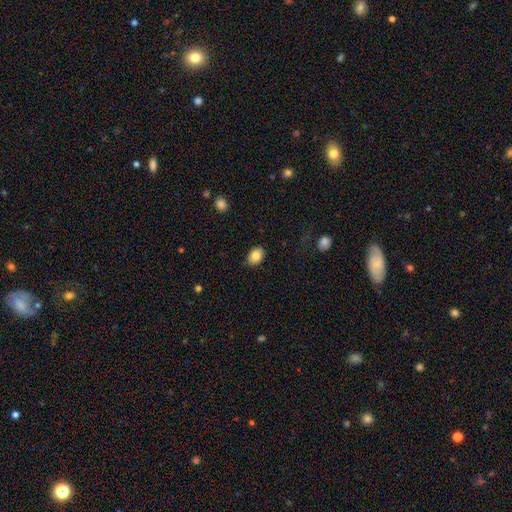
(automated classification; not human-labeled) Smooth or featured? Predicted: smooth (p=0.83). How rounded? Predicted: in between (p=0.73). Merging? Predicted: none (p=0.86).